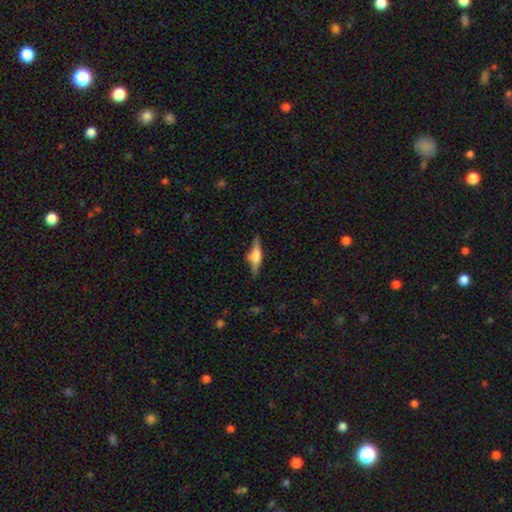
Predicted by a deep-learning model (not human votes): The model was most divided on "smooth or featured": featured or disk: 53%, smooth: 40%, star or artifact: 7%. More confident: edge-on disk — yes (94%); merging — none (75%).